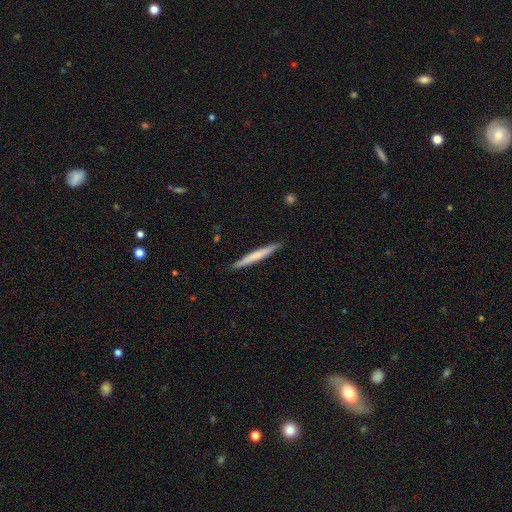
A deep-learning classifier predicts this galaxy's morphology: Smooth or featured: smooth — 61% (featured or disk — 34%)
How rounded: cigar-shaped — 97% (in between — 2%)
Merging: none — 91% (minor disturbance — 7%)